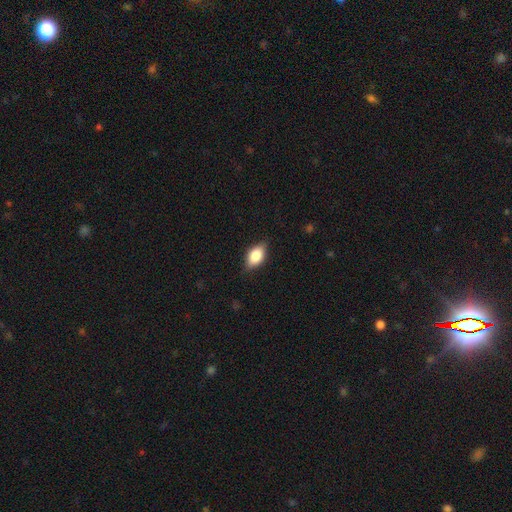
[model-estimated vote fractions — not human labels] Smooth or featured? Predicted: smooth (p=0.75). How rounded? Predicted: in between (p=0.85). Merging? Predicted: none (p=0.80).